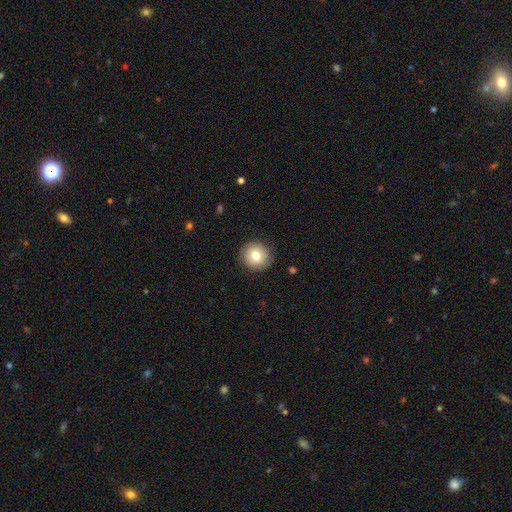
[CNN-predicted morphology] Smooth or featured?
  - smooth: 77% *
  - featured or disk: 13%
  - star or artifact: 9%
How rounded?
  - round: 92% *
  - in between: 8%
  - cigar-shaped: 1%
Merging?
  - none: 89% *
  - minor disturbance: 8%
  - major disturbance: 2%
  - merger: 1%